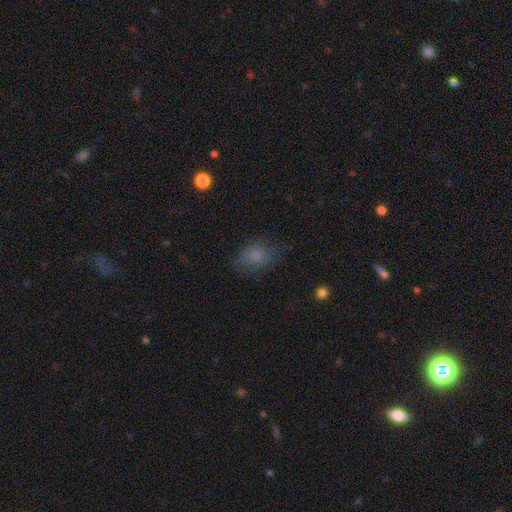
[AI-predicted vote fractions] Q: Smooth or featured?
A: smooth (76%); runner-up: star or artifact (12%)
Q: How rounded?
A: in between (62%); runner-up: round (36%)
Q: Merging?
A: none (68%); runner-up: minor disturbance (21%)